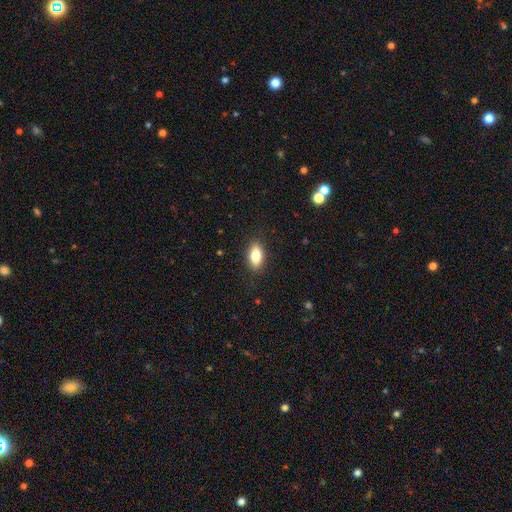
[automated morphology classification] Smooth or featured? smooth (82%)
How rounded? in between (88%)
Merging? none (87%)